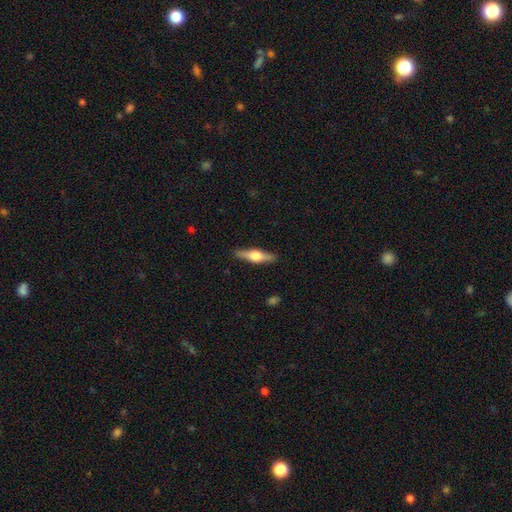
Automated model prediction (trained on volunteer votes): smooth-or-featured: featured or disk: 60% | smooth: 34% | star or artifact: 6%
  disk-edge-on: yes: 96% | no: 4%
    edge-on-bulge: rounded: 93% | boxy: 5% | none: 2%
  merging: none: 89% | minor disturbance: 8% | major disturbance: 2% | merger: 1%